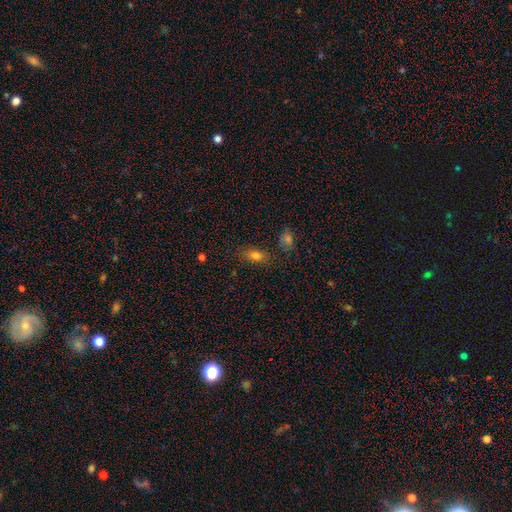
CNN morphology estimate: Smooth or featured?
  - smooth: 79% *
  - star or artifact: 12%
  - featured or disk: 9%
How rounded?
  - in between: 84% *
  - round: 11%
  - cigar-shaped: 5%
Merging?
  - none: 76% *
  - minor disturbance: 14%
  - merger: 5%
  - major disturbance: 4%